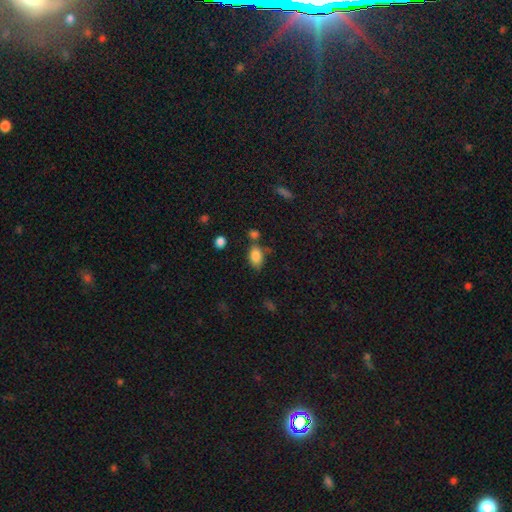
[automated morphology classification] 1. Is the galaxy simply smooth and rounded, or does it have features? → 85% smooth, 9% star or artifact, 7% featured or disk.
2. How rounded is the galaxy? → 89% in between, 9% round, 2% cigar-shaped.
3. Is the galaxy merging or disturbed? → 62% none, 18% minor disturbance, 14% merger, 6% major disturbance.